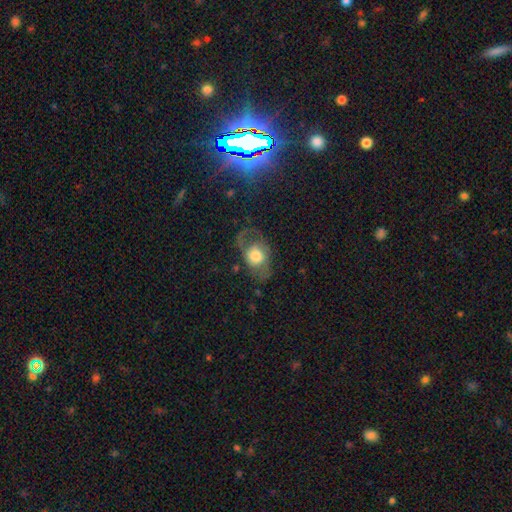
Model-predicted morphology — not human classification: smooth 50%, featured or disk 43%, star or artifact 8%. Down the decision tree: merging — none (55%).